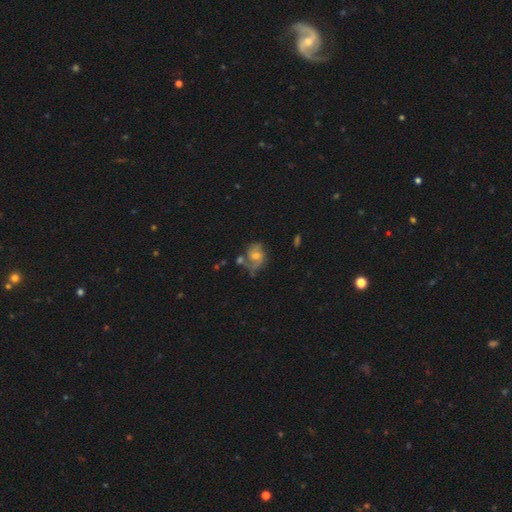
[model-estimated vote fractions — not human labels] Q: Smooth or featured?
A: featured or disk (49%); runner-up: smooth (40%)
Q: Merging?
A: none (39%); runner-up: minor disturbance (27%)